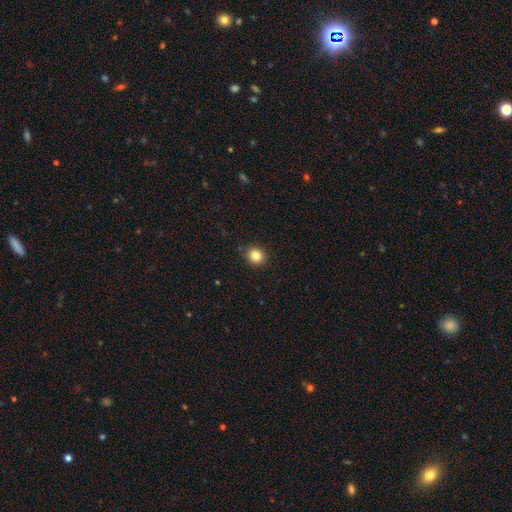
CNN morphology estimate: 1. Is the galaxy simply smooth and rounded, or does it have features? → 84% smooth, 11% star or artifact, 5% featured or disk.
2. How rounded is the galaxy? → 85% round, 14% in between, 1% cigar-shaped.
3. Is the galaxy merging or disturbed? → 90% none, 7% minor disturbance, 2% major disturbance, 1% merger.